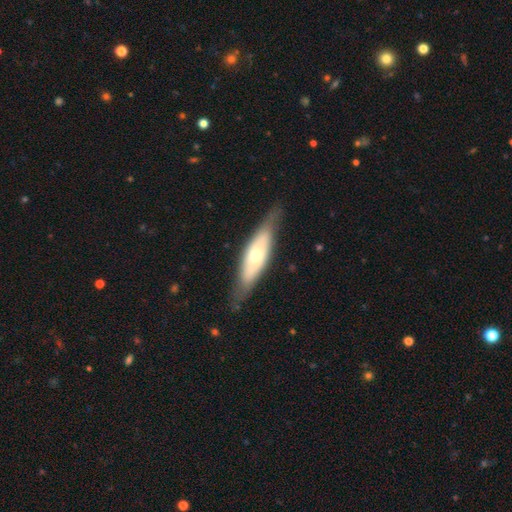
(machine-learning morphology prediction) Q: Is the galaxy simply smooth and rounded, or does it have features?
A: featured or disk — 51%.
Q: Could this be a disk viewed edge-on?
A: yes — 58%.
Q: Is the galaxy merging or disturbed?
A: none — 76%.